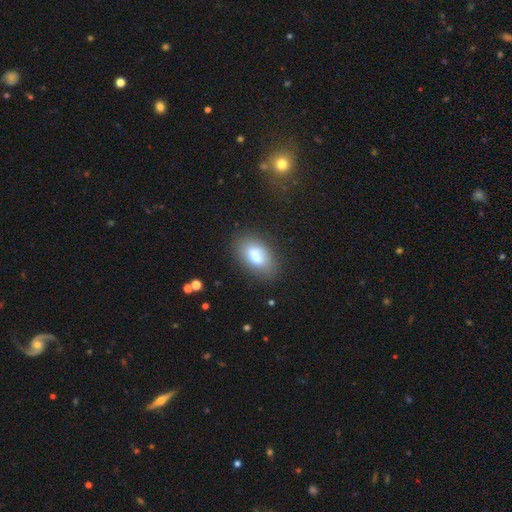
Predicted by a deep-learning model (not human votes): A smooth galaxy with no disk features (71%) that is in between round and cigar-shaped (90%).

Vote fractions:
- Smooth or featured? smooth: 71% / featured or disk: 19% / star or artifact: 10%
- How rounded? in between: 90% / round: 7% / cigar-shaped: 3%
- Merging? none: 65% / minor disturbance: 18% / merger: 11% / major disturbance: 6%